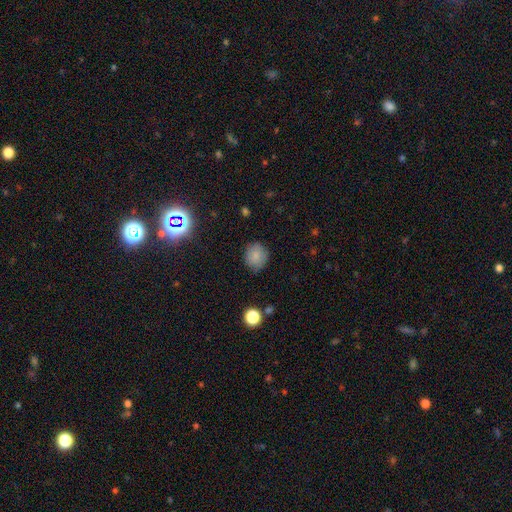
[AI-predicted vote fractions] smooth 83%, star or artifact 11%, featured or disk 6%. Down the decision tree: how rounded — round (78%); merging — none (80%).